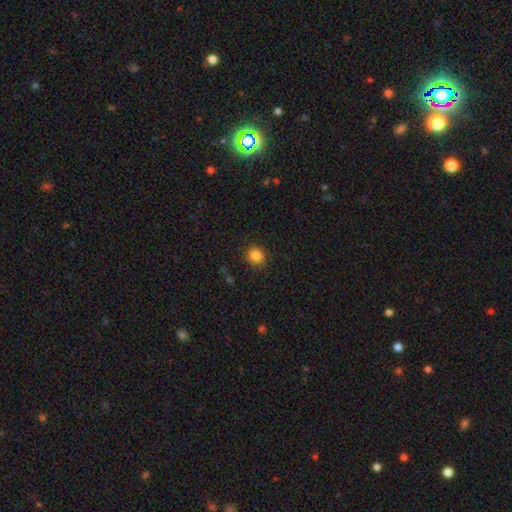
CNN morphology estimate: smooth_or_featured: smooth (p=0.84) [alt: star or artifact p=0.11]
how_rounded: round (p=0.83) [alt: in between p=0.16]
merging: none (p=0.89) [alt: minor disturbance p=0.08]